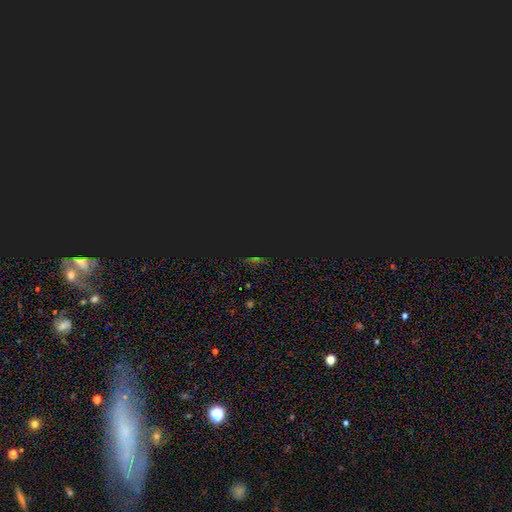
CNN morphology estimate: Smooth or featured?
  - star or artifact: 67% *
  - smooth: 20%
  - featured or disk: 13%